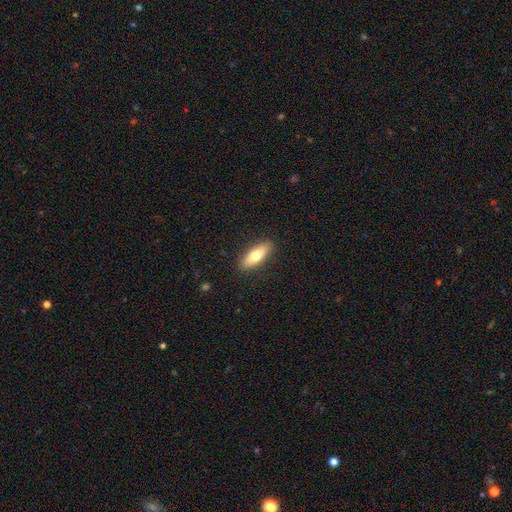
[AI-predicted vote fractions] Morphology: type=smooth (69%); roundness=in between (55%); merging=none (89%).